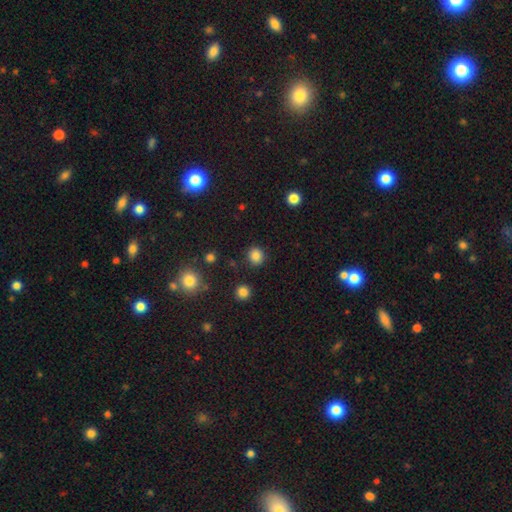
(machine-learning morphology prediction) smooth-or-featured: smooth: 84% | star or artifact: 12% | featured or disk: 4%
  how-rounded: round: 86% | in between: 13% | cigar-shaped: 1%
  merging: none: 90% | minor disturbance: 6% | major disturbance: 2% | merger: 2%